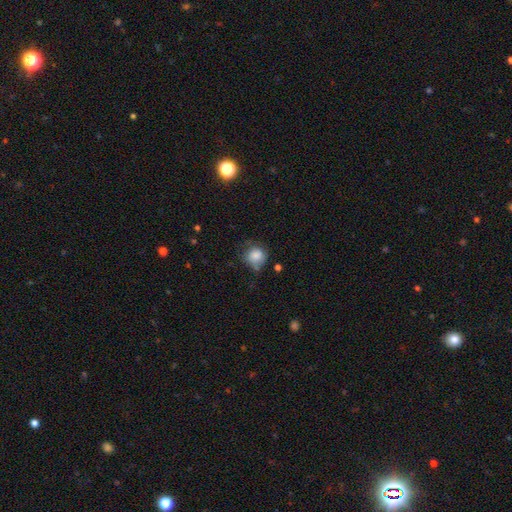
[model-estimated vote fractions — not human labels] Q: Smooth or featured?
A: smooth (82%); runner-up: featured or disk (10%)
Q: How rounded?
A: round (81%); runner-up: in between (18%)
Q: Merging?
A: none (52%); runner-up: minor disturbance (31%)